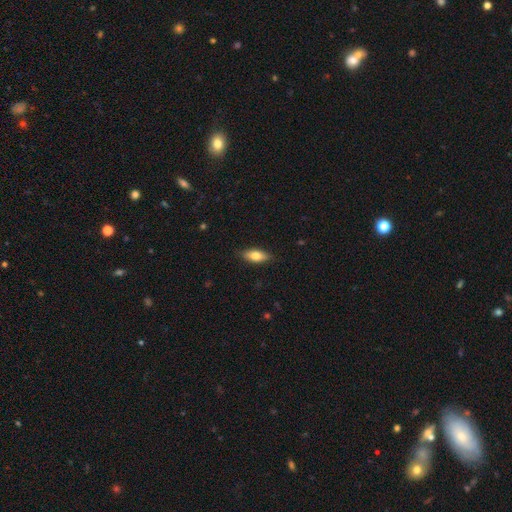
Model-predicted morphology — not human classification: smooth-or-featured: smooth: 73% | featured or disk: 21% | star or artifact: 6%
  how-rounded: in between: 78% | cigar-shaped: 19% | round: 3%
  merging: none: 86% | minor disturbance: 11% | major disturbance: 2% | merger: 1%